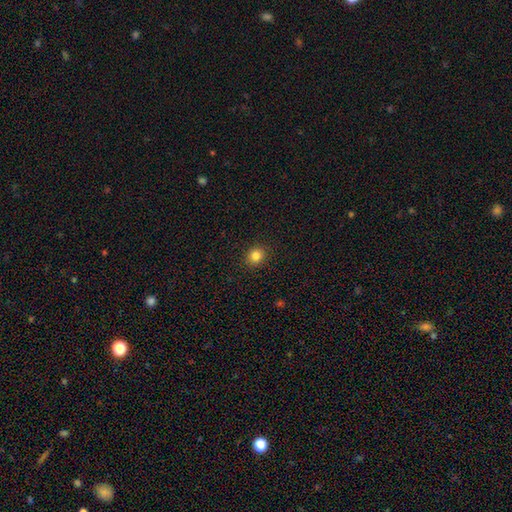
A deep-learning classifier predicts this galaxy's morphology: Q: Smooth or featured?
A: smooth (83%); runner-up: star or artifact (12%)
Q: How rounded?
A: round (80%); runner-up: in between (19%)
Q: Merging?
A: none (91%); runner-up: minor disturbance (6%)